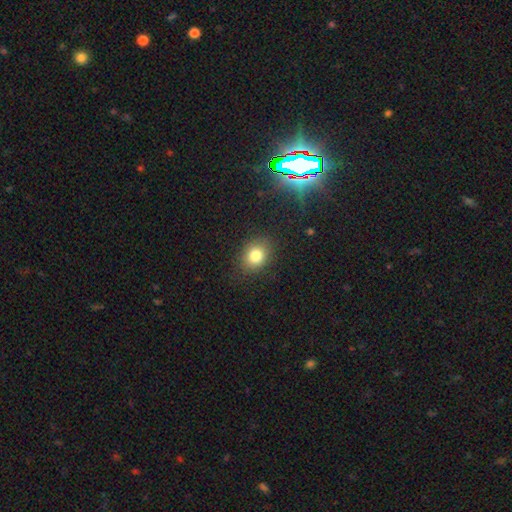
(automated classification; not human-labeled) smooth_or_featured: smooth (p=0.80) [alt: star or artifact p=0.12]
how_rounded: in between (p=0.51) [alt: round p=0.48]
merging: none (p=0.84) [alt: minor disturbance p=0.11]